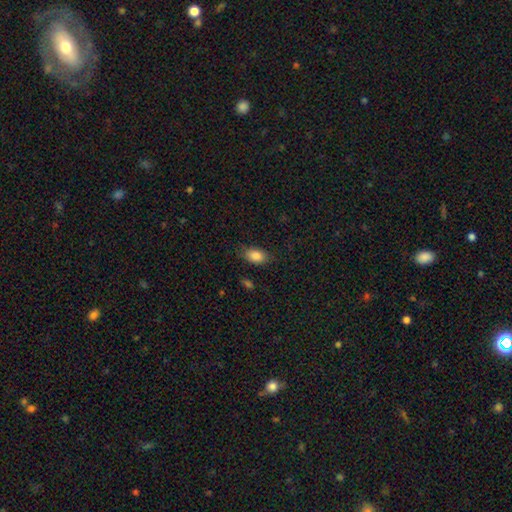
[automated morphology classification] Smooth or featured?
  - smooth: 86% *
  - star or artifact: 8%
  - featured or disk: 6%
How rounded?
  - in between: 88% *
  - round: 10%
  - cigar-shaped: 2%
Merging?
  - none: 79% *
  - minor disturbance: 15%
  - major disturbance: 4%
  - merger: 2%